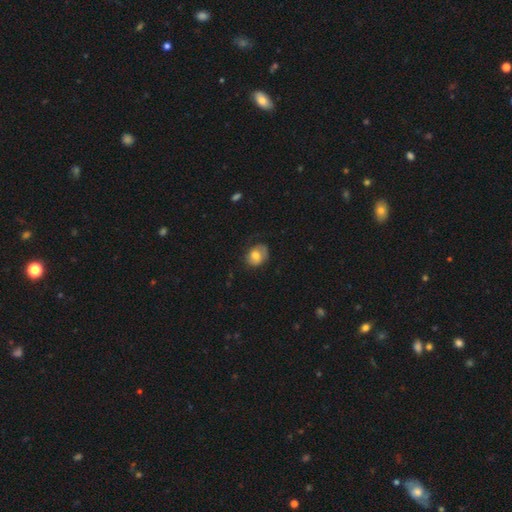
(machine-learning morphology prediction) smooth 67%, featured or disk 25%, star or artifact 8%. Down the decision tree: how rounded — in between (55%); merging — none (60%).